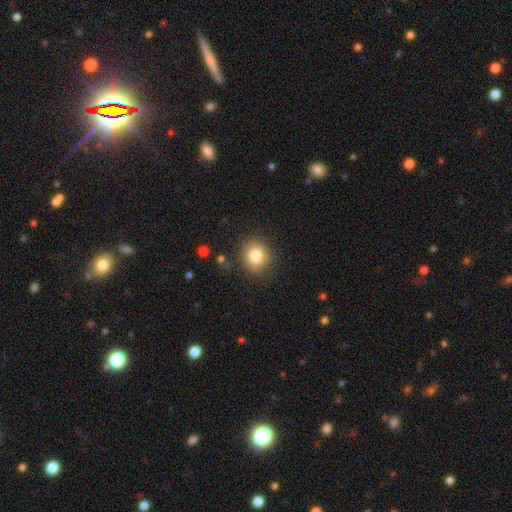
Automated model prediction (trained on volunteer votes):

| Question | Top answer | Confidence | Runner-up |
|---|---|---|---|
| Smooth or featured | smooth | 81% | star or artifact (11%) |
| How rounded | round | 79% | in between (20%) |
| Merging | none | 83% | minor disturbance (11%) |